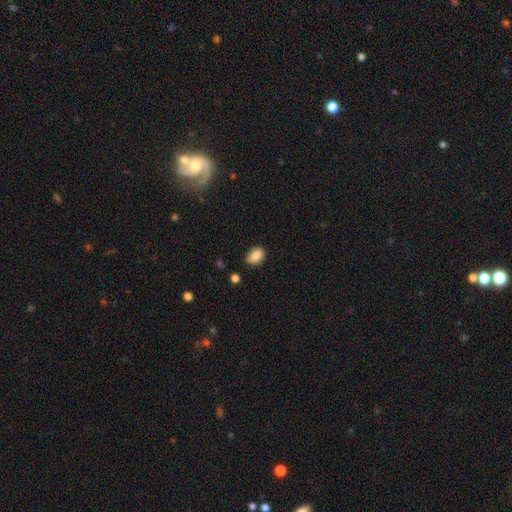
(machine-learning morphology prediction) Smooth or featured?
  - smooth: 84% *
  - star or artifact: 9%
  - featured or disk: 7%
How rounded?
  - in between: 71% *
  - round: 28%
  - cigar-shaped: 1%
Merging?
  - none: 73% *
  - minor disturbance: 21%
  - major disturbance: 4%
  - merger: 2%